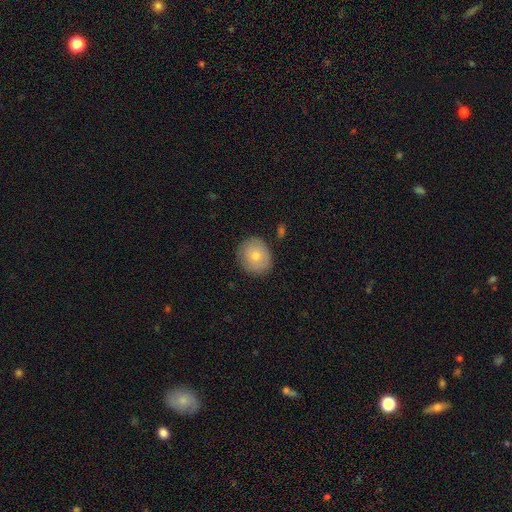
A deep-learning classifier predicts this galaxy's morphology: Smooth or featured: smooth — 73% (featured or disk — 19%)
How rounded: round — 80% (in between — 19%)
Merging: none — 87% (minor disturbance — 9%)